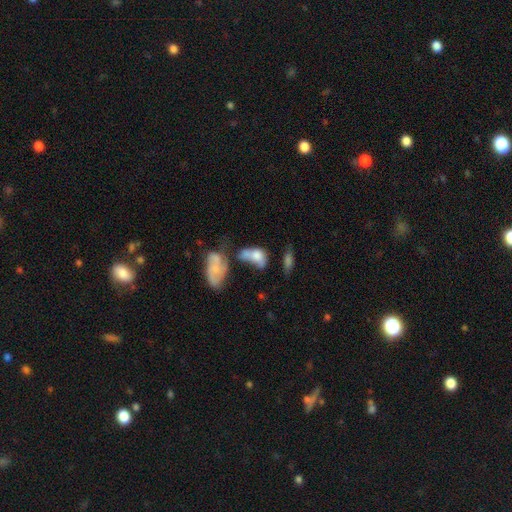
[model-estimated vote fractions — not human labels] smooth_or_featured: smooth (p=0.60) [alt: featured or disk p=0.30]
how_rounded: in between (p=0.82) [alt: round p=0.13]
merging: merger (p=0.38) [alt: major disturbance p=0.25]